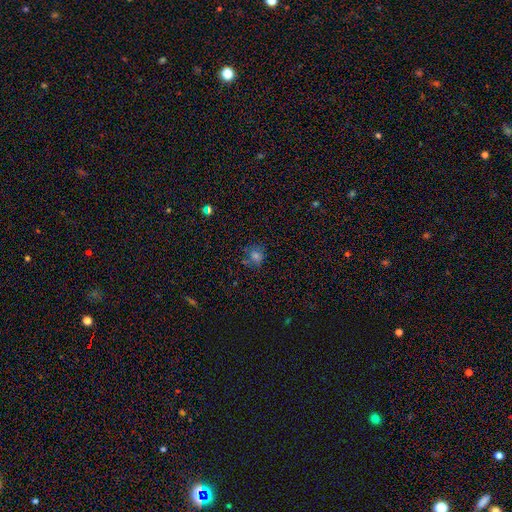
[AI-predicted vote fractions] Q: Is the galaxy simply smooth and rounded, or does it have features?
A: smooth — 62%.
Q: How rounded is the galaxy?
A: round — 79%.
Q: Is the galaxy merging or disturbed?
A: none — 68%.